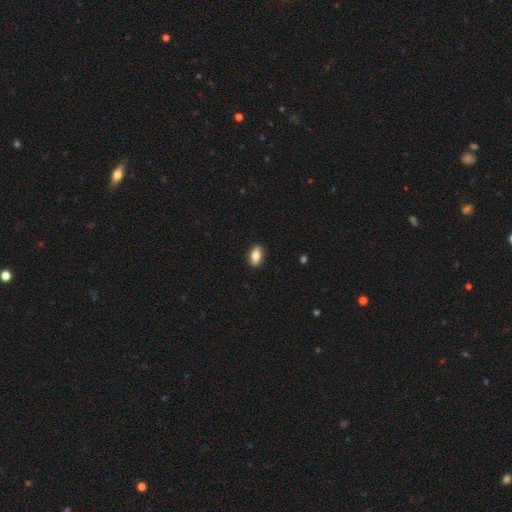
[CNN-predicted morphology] smooth-or-featured: smooth: 80% | featured or disk: 13% | star or artifact: 7%
  how-rounded: in between: 88% | round: 6% | cigar-shaped: 6%
  merging: none: 88% | minor disturbance: 9% | major disturbance: 2% | merger: 1%